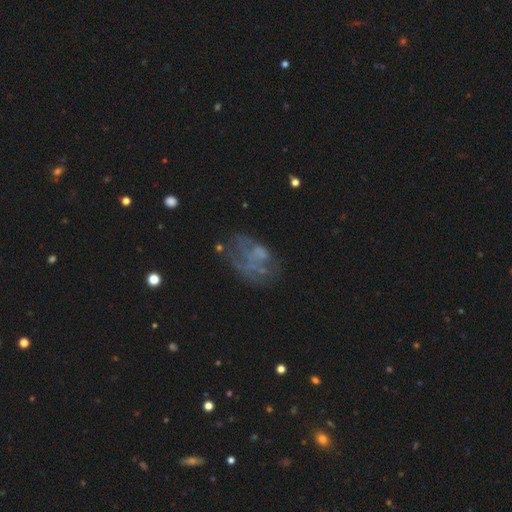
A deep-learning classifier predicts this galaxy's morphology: smooth-or-featured: featured or disk: 59% | smooth: 25% | star or artifact: 16%
  disk-edge-on: no: 98% | yes: 2%
    bar: no: 90% | weak: 8% | strong: 2%
    has-spiral-arms: no: 78% | yes: 22%
    bulge-size: none: 75% | small: 12% | moderate: 9% | large: 3% | dominant: 1%
  merging: none: 37% | major disturbance: 36% | minor disturbance: 20% | merger: 7%